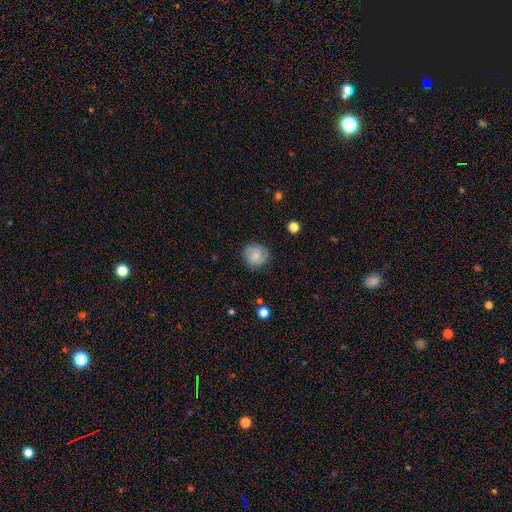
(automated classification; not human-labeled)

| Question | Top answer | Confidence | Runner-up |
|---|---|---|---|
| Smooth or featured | smooth | 62% | featured or disk (30%) |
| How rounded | round | 86% | in between (13%) |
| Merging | none | 77% | minor disturbance (17%) |